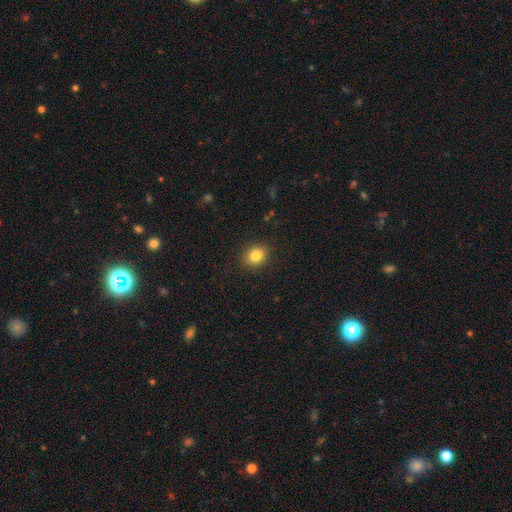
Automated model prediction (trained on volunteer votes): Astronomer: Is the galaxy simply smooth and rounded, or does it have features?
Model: smooth — 84%.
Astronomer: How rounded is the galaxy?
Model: round — 71%.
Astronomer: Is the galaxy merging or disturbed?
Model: none — 90%.